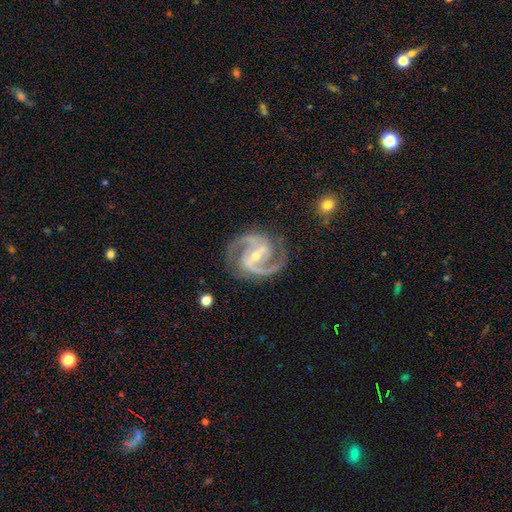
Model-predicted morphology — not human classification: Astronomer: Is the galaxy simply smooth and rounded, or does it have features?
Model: featured or disk — 94%.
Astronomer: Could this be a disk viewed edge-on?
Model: no — 98%.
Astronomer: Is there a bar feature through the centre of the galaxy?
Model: strong — 52% (runner-up: weak, 35%).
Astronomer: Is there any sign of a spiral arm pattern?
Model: yes — 99%.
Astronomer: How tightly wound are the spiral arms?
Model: medium — 64%.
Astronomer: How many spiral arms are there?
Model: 2 — 90%.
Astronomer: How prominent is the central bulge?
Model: small — 61%.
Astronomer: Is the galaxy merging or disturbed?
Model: none — 82%.